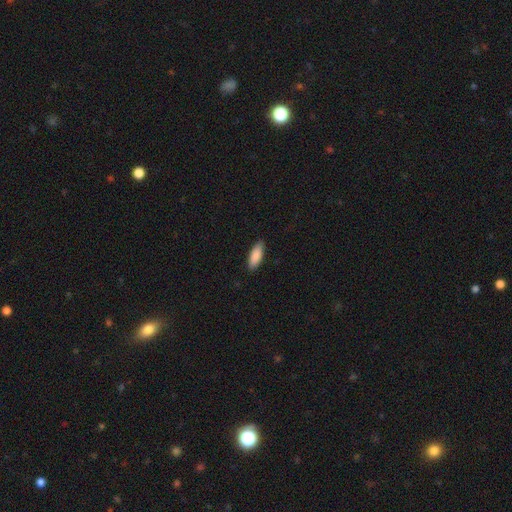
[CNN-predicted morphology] Q: Smooth or featured?
A: smooth (88%); runner-up: featured or disk (7%)
Q: How rounded?
A: in between (67%); runner-up: cigar-shaped (31%)
Q: Merging?
A: none (88%); runner-up: minor disturbance (10%)